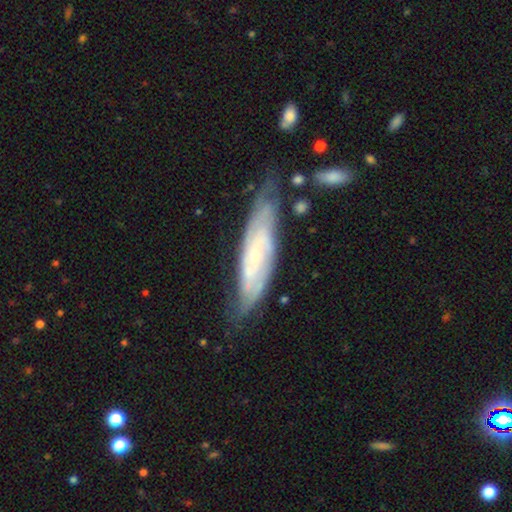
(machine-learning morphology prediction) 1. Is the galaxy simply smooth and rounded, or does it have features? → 75% featured or disk, 19% smooth, 6% star or artifact.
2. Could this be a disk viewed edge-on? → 76% no, 24% yes.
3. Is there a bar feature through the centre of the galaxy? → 63% no, 28% weak, 9% strong.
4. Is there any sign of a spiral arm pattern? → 91% yes, 9% no.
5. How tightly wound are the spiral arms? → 63% tight, 29% medium, 8% loose.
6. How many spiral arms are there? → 46% can't tell, 32% 2, 10% 3, 5% 4, 3% more than 4, 3% 1.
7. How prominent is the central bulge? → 74% small, 17% moderate, 6% none, 1% large, 1% dominant.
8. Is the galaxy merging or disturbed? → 65% none, 24% minor disturbance, 8% major disturbance, 4% merger.